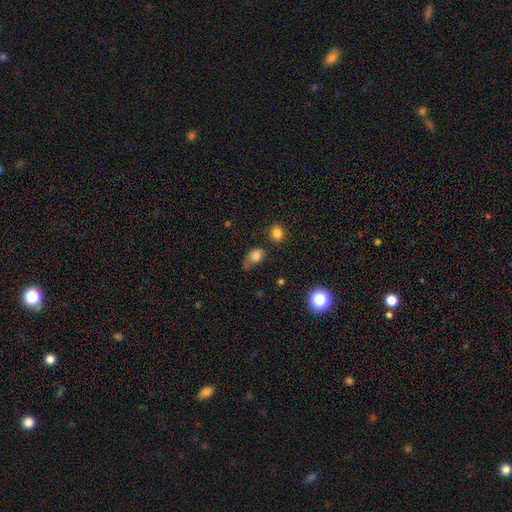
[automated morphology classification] This appears to be a smooth galaxy with no disk features (79%) that is in between round and cigar-shaped (62%). Merging: none (39%).